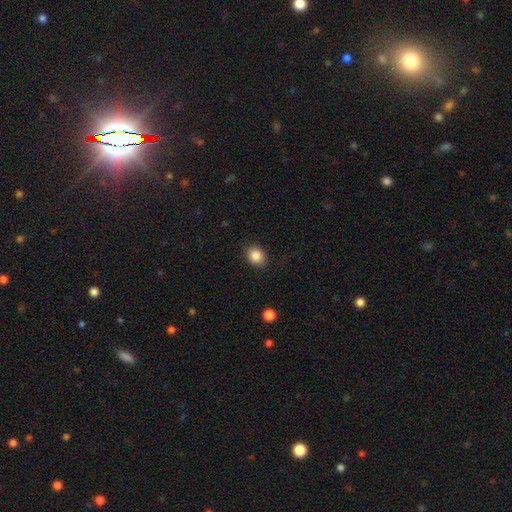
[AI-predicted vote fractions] Q: Smooth or featured?
A: smooth (87%); runner-up: star or artifact (9%)
Q: How rounded?
A: round (64%); runner-up: in between (35%)
Q: Merging?
A: none (88%); runner-up: minor disturbance (8%)